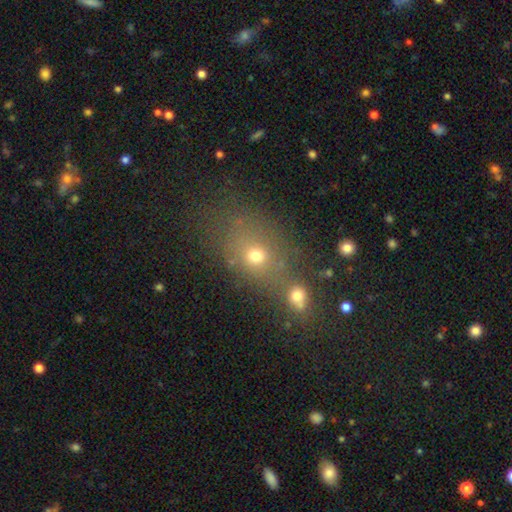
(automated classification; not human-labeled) Smooth or featured? Predicted: smooth (p=0.65). How rounded? Predicted: in between (p=0.49, tied with round). Merging? Predicted: none (p=0.43).